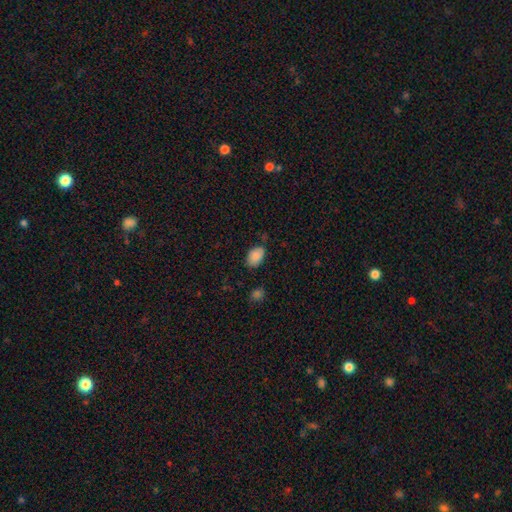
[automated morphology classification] Q: Smooth or featured?
A: smooth (88%); runner-up: star or artifact (8%)
Q: How rounded?
A: in between (86%); runner-up: round (13%)
Q: Merging?
A: none (74%); runner-up: minor disturbance (20%)